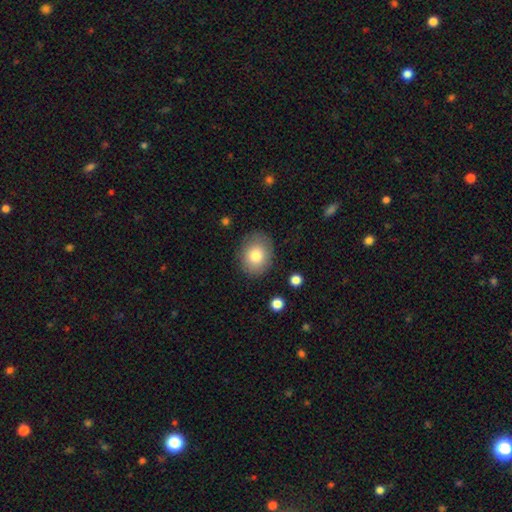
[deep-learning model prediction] This is clearly a smooth galaxy (80%). How rounded: possibly round (54%). Merging: clearly none (84%).